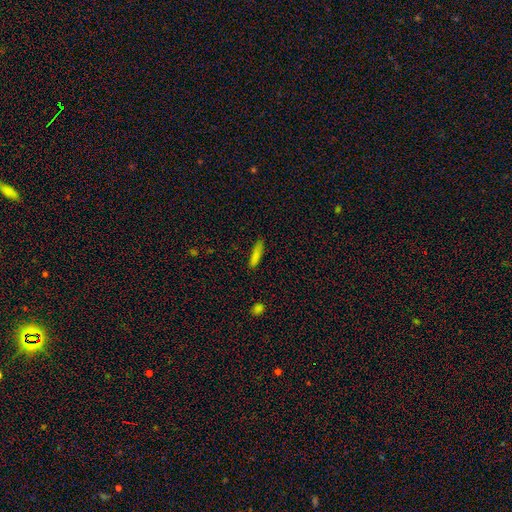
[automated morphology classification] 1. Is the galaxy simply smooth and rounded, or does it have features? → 81% smooth, 10% featured or disk, 9% star or artifact.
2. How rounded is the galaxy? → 80% cigar-shaped, 18% in between, 2% round.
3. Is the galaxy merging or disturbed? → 82% none, 13% minor disturbance, 3% major disturbance, 2% merger.